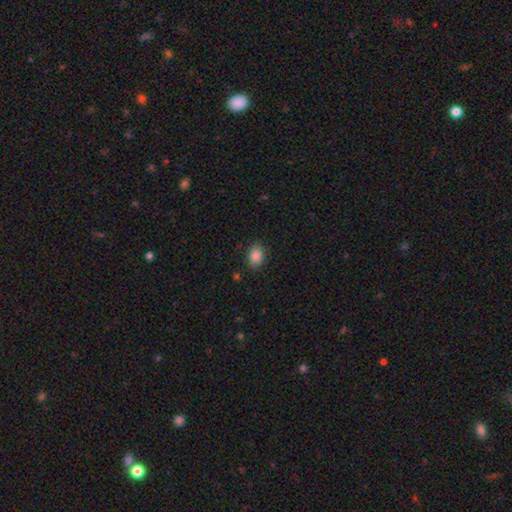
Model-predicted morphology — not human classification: Q: Smooth or featured?
A: smooth (87%); runner-up: star or artifact (9%)
Q: How rounded?
A: in between (69%); runner-up: round (30%)
Q: Merging?
A: none (86%); runner-up: minor disturbance (10%)